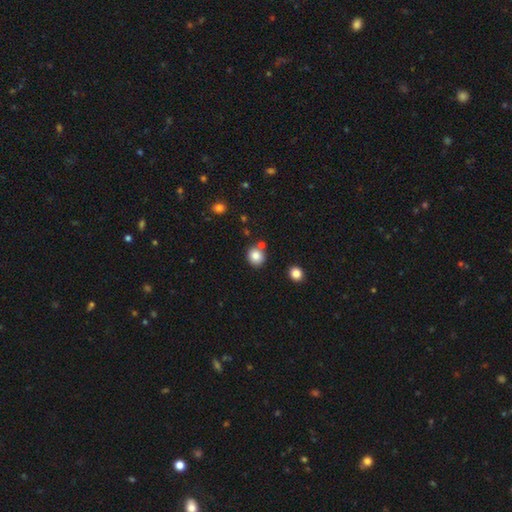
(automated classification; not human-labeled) This is clearly a smooth galaxy (83%). How rounded: clearly round (86%). Merging: likely none (77%).